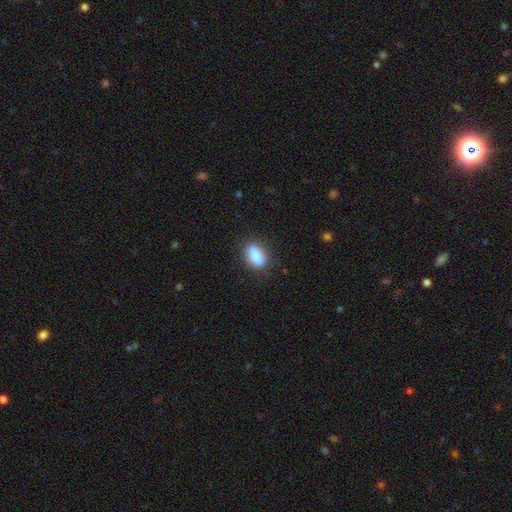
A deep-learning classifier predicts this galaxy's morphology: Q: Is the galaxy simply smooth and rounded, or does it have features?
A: smooth — 86%.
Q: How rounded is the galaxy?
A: in between — 84%.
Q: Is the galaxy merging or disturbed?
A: none — 83%.